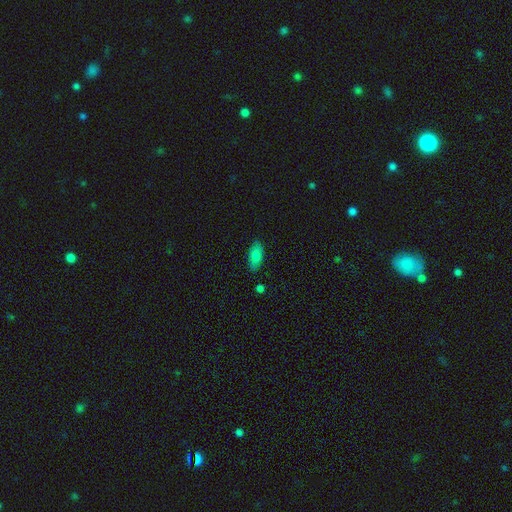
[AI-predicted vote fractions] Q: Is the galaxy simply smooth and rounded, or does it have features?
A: smooth — 80%.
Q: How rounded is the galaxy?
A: in between — 86%.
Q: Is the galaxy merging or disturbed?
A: none — 85%.